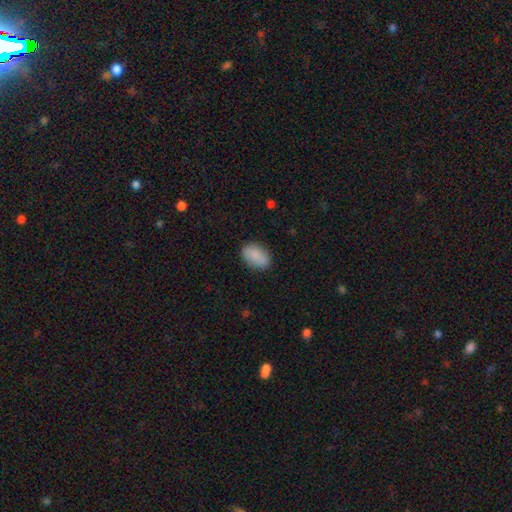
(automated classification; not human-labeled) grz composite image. It shows a smooth galaxy with no disk features (86%) that is in between round and cigar-shaped (87%). Merging: none (83%).